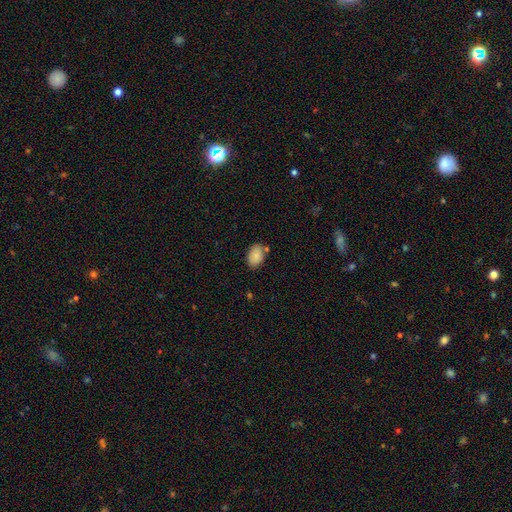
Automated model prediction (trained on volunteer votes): A smooth galaxy with no disk features (87%) that is in between round and cigar-shaped (89%). Merging: none (74%).